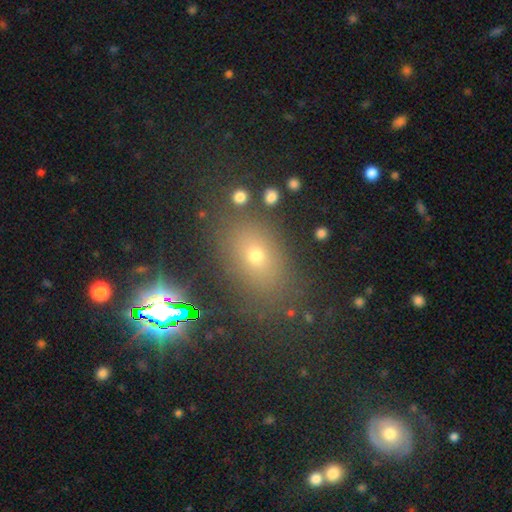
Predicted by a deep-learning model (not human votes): smooth_or_featured: smooth (p=0.55) [alt: star or artifact p=0.31]
how_rounded: in between (p=0.70) [alt: round p=0.27]
merging: none (p=0.81) [alt: minor disturbance p=0.11]